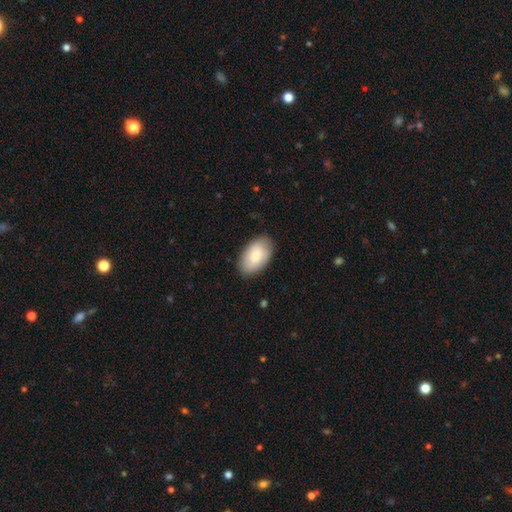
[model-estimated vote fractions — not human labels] Morphology: type=smooth (83%); roundness=in between (95%); merging=none (87%).